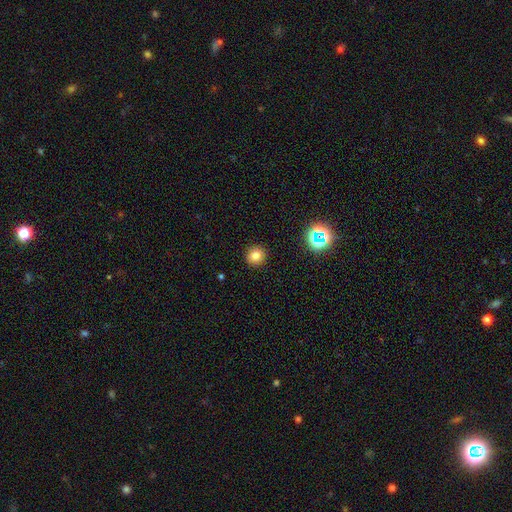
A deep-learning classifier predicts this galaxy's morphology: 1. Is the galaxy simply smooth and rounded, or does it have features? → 78% smooth, 15% star or artifact, 7% featured or disk.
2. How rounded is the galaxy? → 89% round, 10% in between, 1% cigar-shaped.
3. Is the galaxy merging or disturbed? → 92% none, 5% minor disturbance, 2% major disturbance, 1% merger.